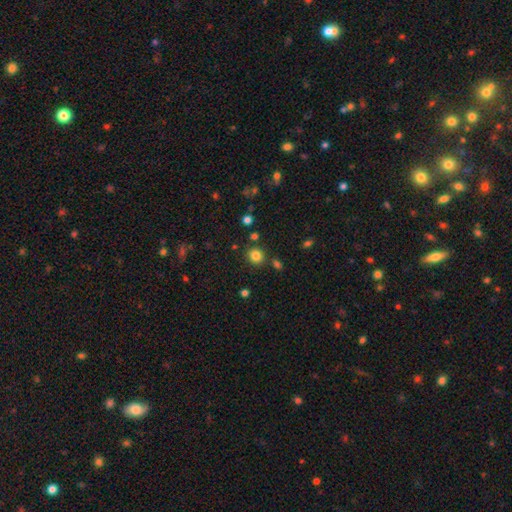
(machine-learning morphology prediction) smooth-or-featured: smooth: 82% | star or artifact: 13% | featured or disk: 5%
  how-rounded: round: 87% | in between: 12% | cigar-shaped: 1%
  merging: none: 84% | minor disturbance: 8% | merger: 5% | major disturbance: 3%